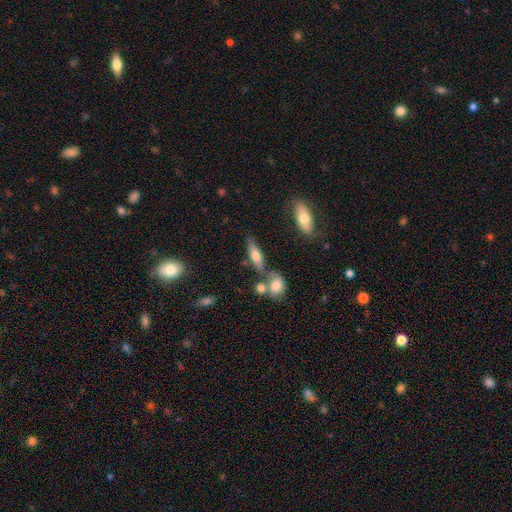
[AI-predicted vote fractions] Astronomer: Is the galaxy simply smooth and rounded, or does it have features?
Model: smooth — 60%.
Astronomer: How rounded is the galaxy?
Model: cigar-shaped — 50% (runner-up: in between, 46%).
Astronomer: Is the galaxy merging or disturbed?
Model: none — 62%.